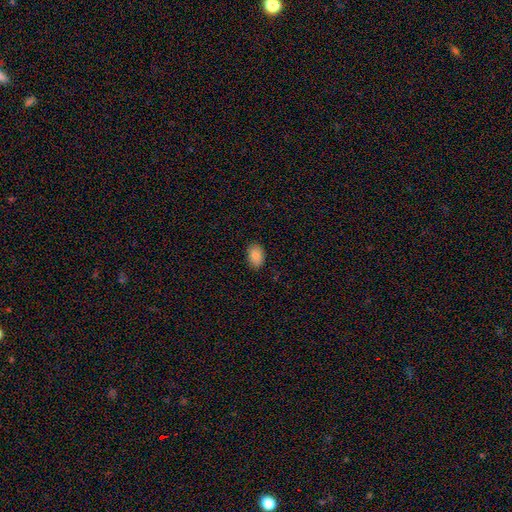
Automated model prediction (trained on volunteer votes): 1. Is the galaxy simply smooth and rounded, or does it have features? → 88% smooth, 8% star or artifact, 4% featured or disk.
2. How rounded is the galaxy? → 86% in between, 13% round, 1% cigar-shaped.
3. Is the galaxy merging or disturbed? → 87% none, 10% minor disturbance, 2% major disturbance, 1% merger.